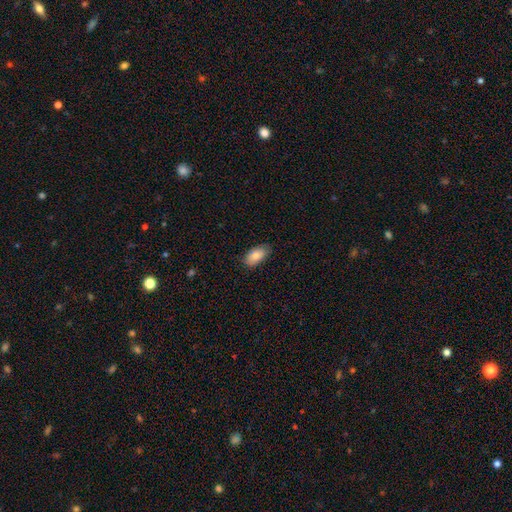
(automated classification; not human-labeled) This is clearly a smooth galaxy (86%). How rounded: clearly in between (93%). Merging: clearly none (82%).